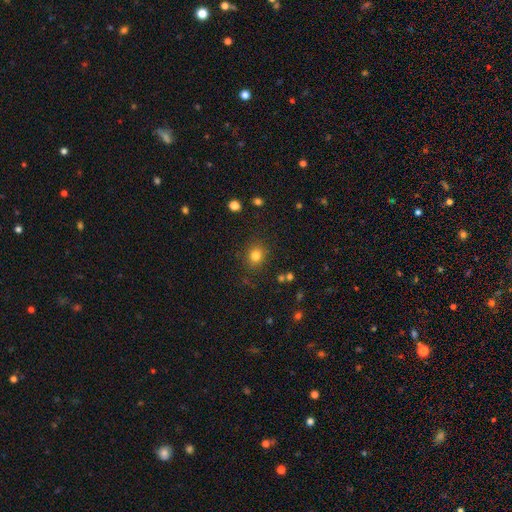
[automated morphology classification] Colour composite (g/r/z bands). It shows a smooth galaxy with no disk features (81%) that is round (74%). Merging: none (85%).